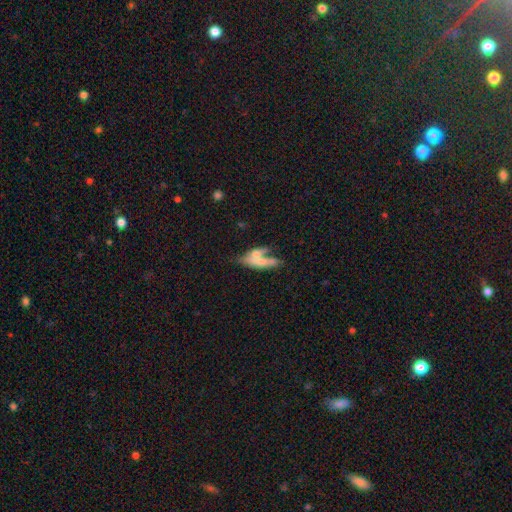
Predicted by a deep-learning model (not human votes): A smooth galaxy with no disk features (59%) that is cigar-shaped (50%). Merging: merger (54%).